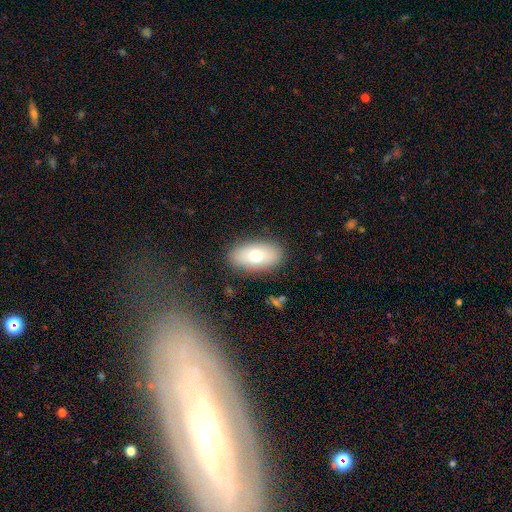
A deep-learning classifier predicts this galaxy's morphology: Smooth or featured?
  - smooth: 68% *
  - featured or disk: 24%
  - star or artifact: 8%
How rounded?
  - in between: 90% *
  - round: 7%
  - cigar-shaped: 3%
Merging?
  - none: 85% *
  - minor disturbance: 10%
  - major disturbance: 3%
  - merger: 1%